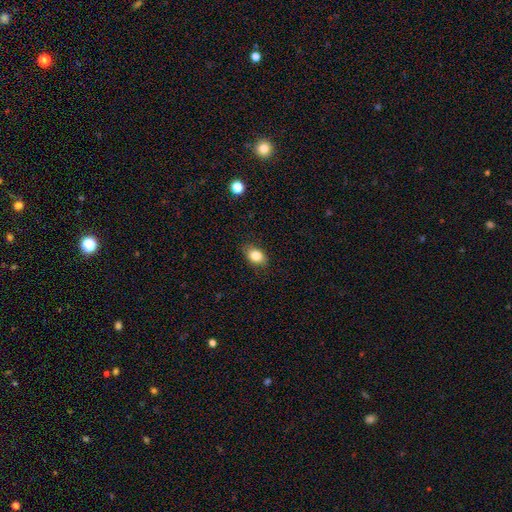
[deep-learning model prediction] Morphology: type=smooth (84%); roundness=in between (82%); merging=none (84%).